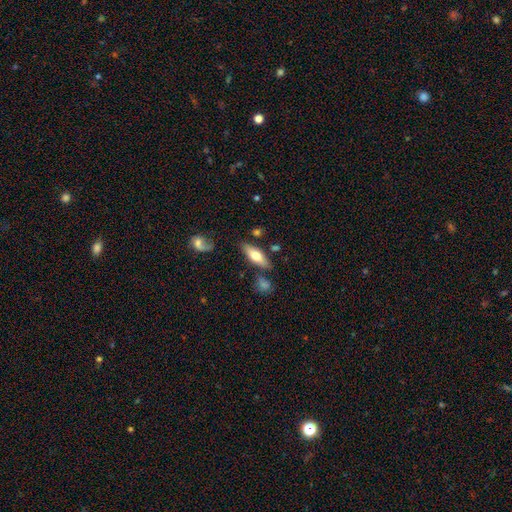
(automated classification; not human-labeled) Smooth or featured? smooth (60%)
How rounded? in between (60%)
Merging? none (76%)